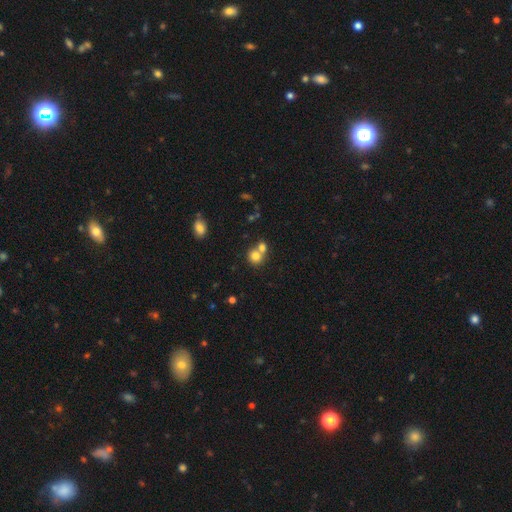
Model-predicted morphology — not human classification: This appears to be a smooth galaxy with no disk features (77%) that is round (83%). Merging: merger (49%).